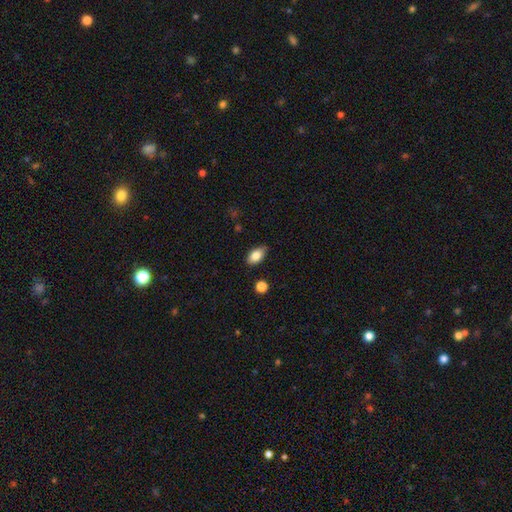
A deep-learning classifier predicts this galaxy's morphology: A smooth galaxy with no disk features (83%) that is in between round and cigar-shaped (91%).

Vote fractions:
- Smooth or featured? smooth: 83% / featured or disk: 9% / star or artifact: 8%
- How rounded? in between: 91% / round: 6% / cigar-shaped: 2%
- Merging? none: 81% / minor disturbance: 15% / major disturbance: 2% / merger: 2%